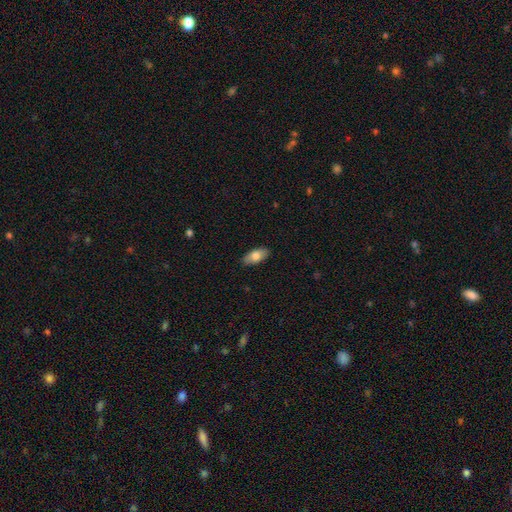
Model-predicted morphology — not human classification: Smooth or featured? smooth (77%)
How rounded? in between (90%)
Merging? none (88%)